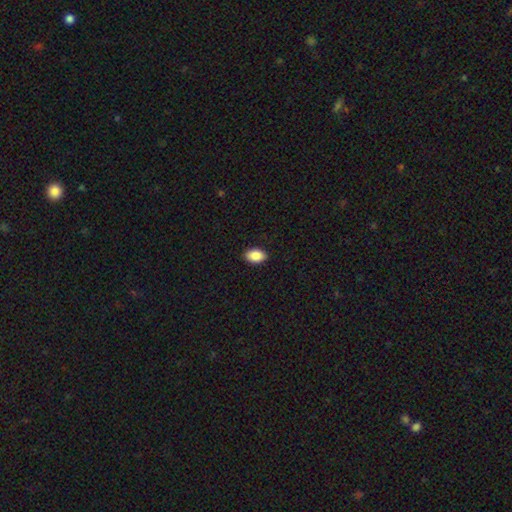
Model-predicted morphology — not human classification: The model was most divided on "smooth or featured": smooth: 89%, star or artifact: 7%, featured or disk: 4%. More confident: how rounded — in between (90%); merging — none (90%).